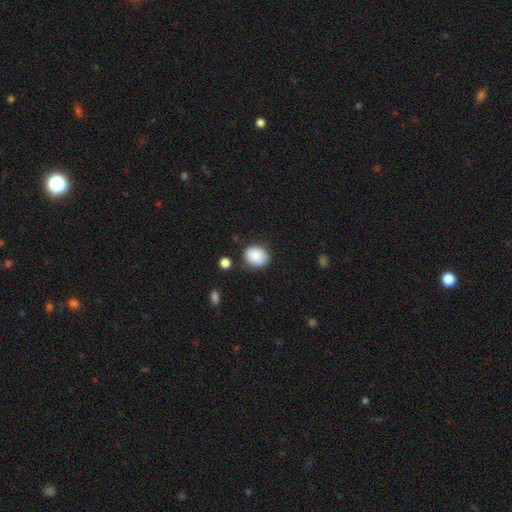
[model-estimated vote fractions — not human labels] Overall: smooth (84%). How rounded: round (52%; in between 47%). Merging: none (81%).